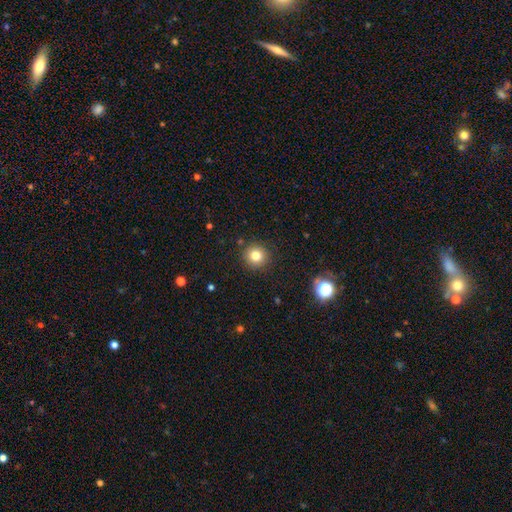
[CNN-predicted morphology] smooth 80%, star or artifact 12%, featured or disk 7%. Down the decision tree: how rounded — round (94%); merging — none (90%).